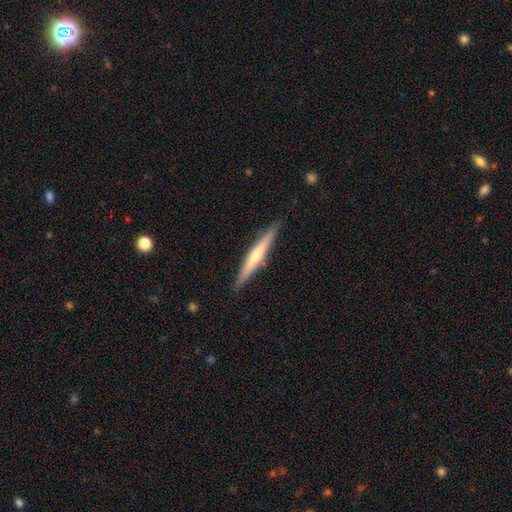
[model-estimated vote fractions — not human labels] Smooth or featured? featured or disk (50%)
Edge-on disk? yes (97%)
Merging? none (89%)